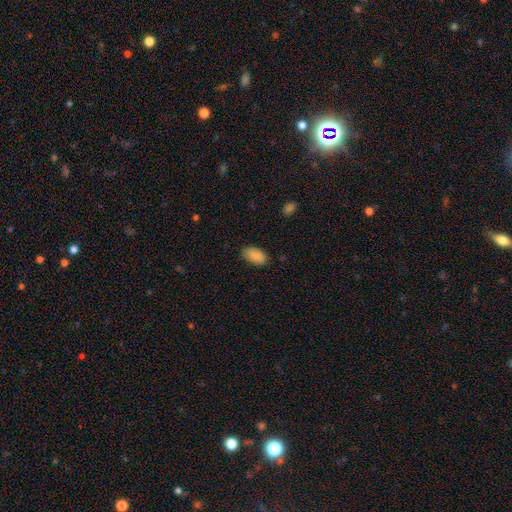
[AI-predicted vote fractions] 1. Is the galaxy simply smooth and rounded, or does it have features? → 88% smooth, 7% star or artifact, 5% featured or disk.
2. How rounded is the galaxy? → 94% in between, 4% round, 2% cigar-shaped.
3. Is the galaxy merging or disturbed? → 83% none, 13% minor disturbance, 3% major disturbance, 1% merger.